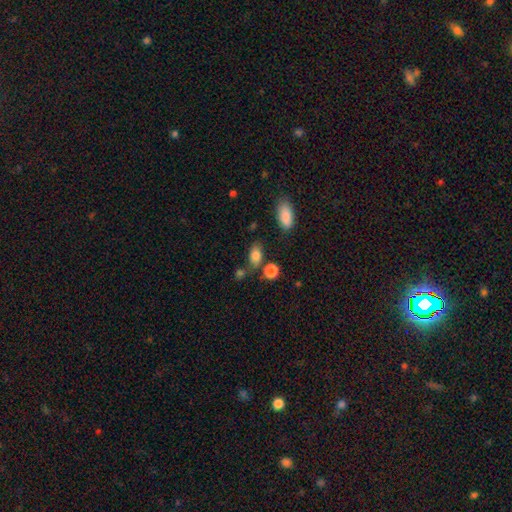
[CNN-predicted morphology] smooth 83%, star or artifact 10%, featured or disk 7%. Down the decision tree: how rounded — in between (78%); merging — none (68%).